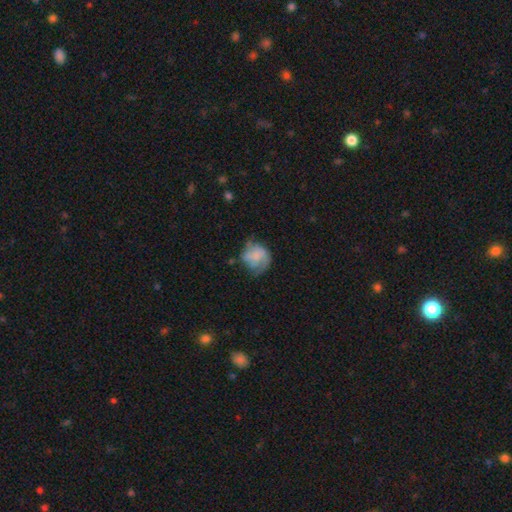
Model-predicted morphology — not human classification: smooth-or-featured: featured or disk: 46% (tied) | smooth: 46% (tied) | star or artifact: 8%
  merging: none: 47% | minor disturbance: 30% | major disturbance: 21% | merger: 2%